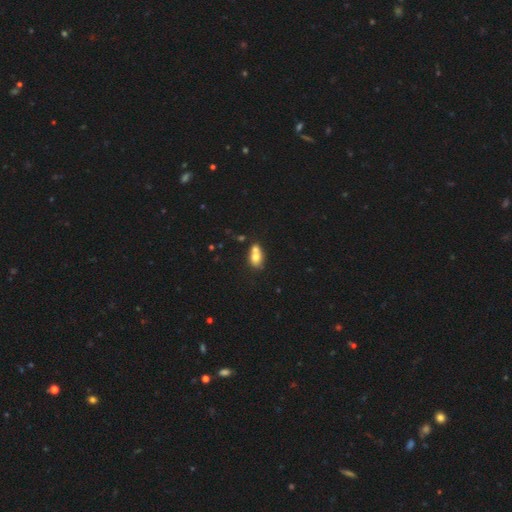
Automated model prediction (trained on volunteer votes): Smooth or featured?
  - smooth: 69% *
  - featured or disk: 21%
  - star or artifact: 10%
How rounded?
  - in between: 63% *
  - round: 35%
  - cigar-shaped: 2%
Merging?
  - merger: 61% *
  - none: 27%
  - minor disturbance: 9%
  - major disturbance: 4%